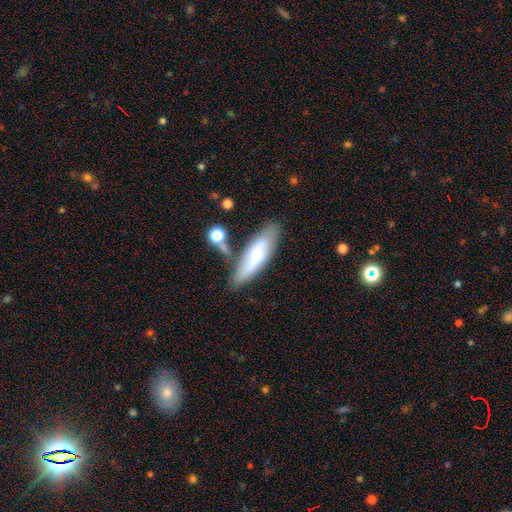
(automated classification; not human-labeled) Smooth or featured? smooth (60%)
How rounded? cigar-shaped (57%)
Merging? none (65%)